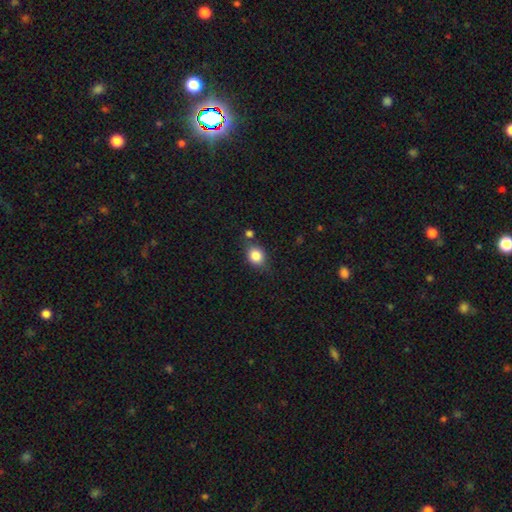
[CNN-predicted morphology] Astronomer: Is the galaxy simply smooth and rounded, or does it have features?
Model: smooth — 83%.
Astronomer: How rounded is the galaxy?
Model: round — 56% (runner-up: in between, 42%).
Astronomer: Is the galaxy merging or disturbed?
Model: none — 67%.